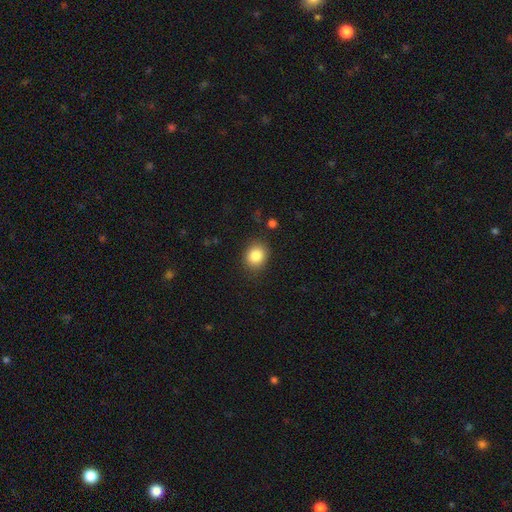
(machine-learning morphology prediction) This appears to be a smooth galaxy with no disk features (85%) that is round (64%). Merging: none (86%).